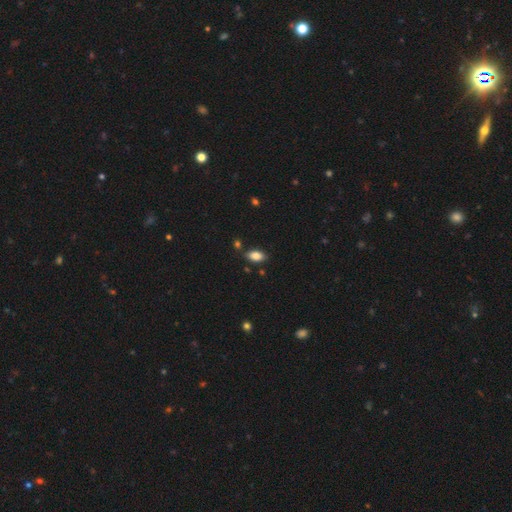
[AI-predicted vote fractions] This is clearly a smooth galaxy (86%). How rounded: clearly in between (92%). Merging: clearly none (82%).